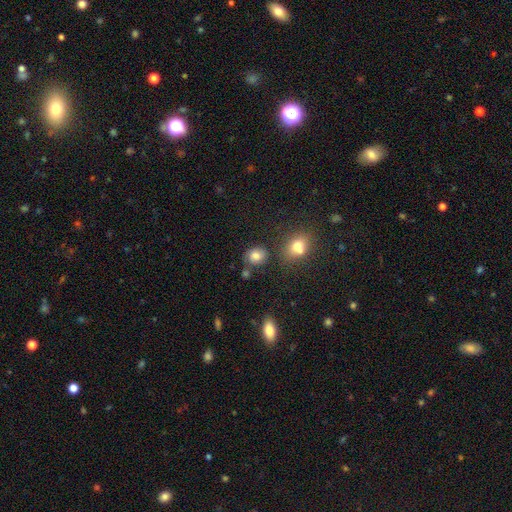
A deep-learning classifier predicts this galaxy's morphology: A smooth galaxy with no disk features (77%) that is round (60%).

Vote fractions:
- Smooth or featured? smooth: 77% / star or artifact: 12% / featured or disk: 11%
- How rounded? round: 60% / in between: 39% / cigar-shaped: 1%
- Merging? none: 69% / minor disturbance: 17% / merger: 8% / major disturbance: 5%